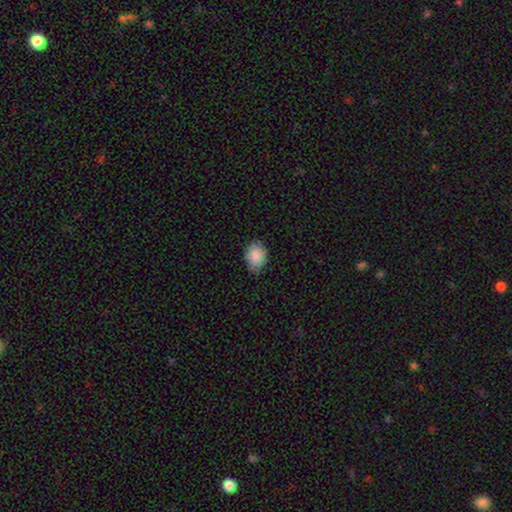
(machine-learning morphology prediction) Overall: smooth (89%). How rounded: in between (68%; round 31%). Merging: none (78%).